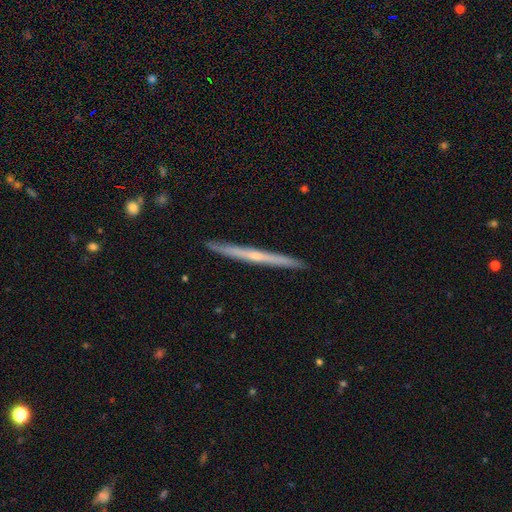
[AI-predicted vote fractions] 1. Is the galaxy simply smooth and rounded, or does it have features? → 69% featured or disk, 25% smooth, 6% star or artifact.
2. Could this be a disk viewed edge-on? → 98% yes, 2% no.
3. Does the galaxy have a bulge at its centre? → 50% rounded, 47% none, 3% boxy.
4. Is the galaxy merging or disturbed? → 92% none, 6% minor disturbance, 1% major disturbance, 1% merger.